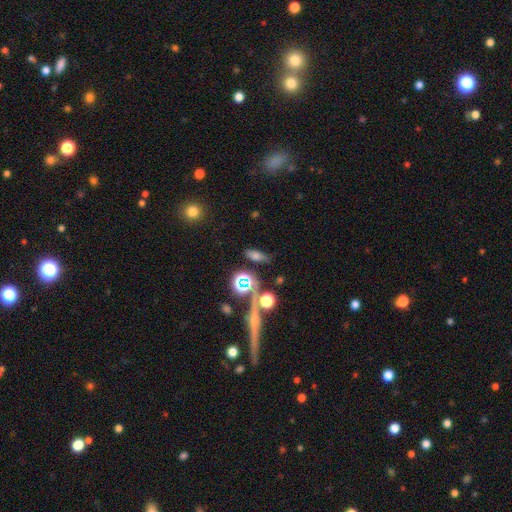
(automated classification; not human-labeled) Overall: smooth (54%; star or artifact 24%). How rounded: in between (51%; cigar-shaped 37%). Merging: none (74%).